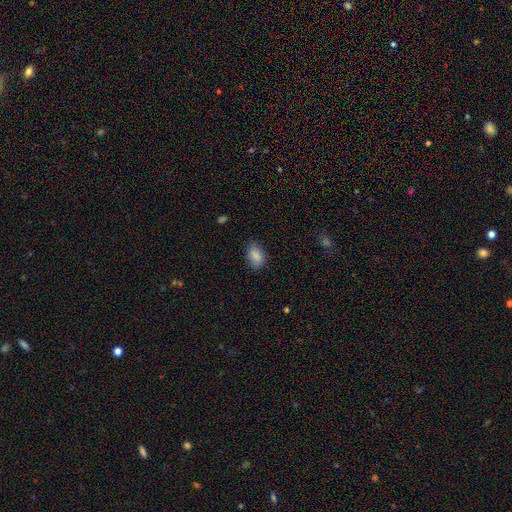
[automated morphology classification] smooth-or-featured: smooth: 86% | star or artifact: 8% | featured or disk: 5%
  how-rounded: in between: 83% | round: 16% | cigar-shaped: 1%
  merging: none: 74% | minor disturbance: 21% | major disturbance: 4% | merger: 1%